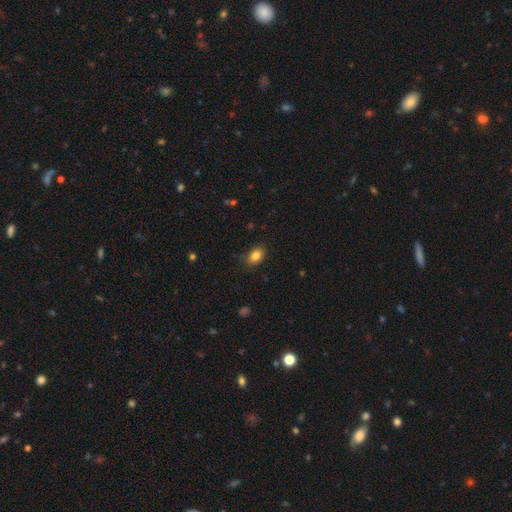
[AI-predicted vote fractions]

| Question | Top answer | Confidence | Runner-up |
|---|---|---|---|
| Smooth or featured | smooth | 85% | star or artifact (9%) |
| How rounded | in between | 80% | round (18%) |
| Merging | none | 82% | minor disturbance (14%) |